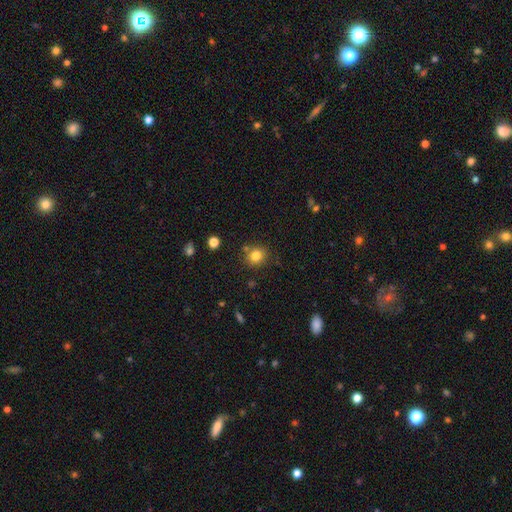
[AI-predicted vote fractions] Overall: smooth (81%). How rounded: round (77%). Merging: none (79%).